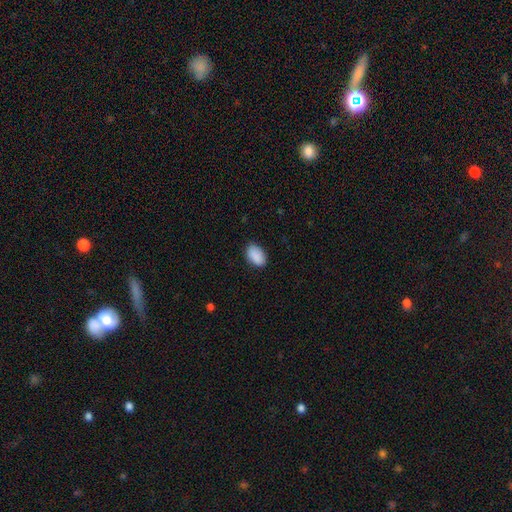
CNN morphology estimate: Smooth or featured?
  - smooth: 90% *
  - star or artifact: 7%
  - featured or disk: 3%
How rounded?
  - in between: 92% *
  - round: 7%
  - cigar-shaped: 1%
Merging?
  - none: 84% *
  - minor disturbance: 13%
  - major disturbance: 2%
  - merger: 1%